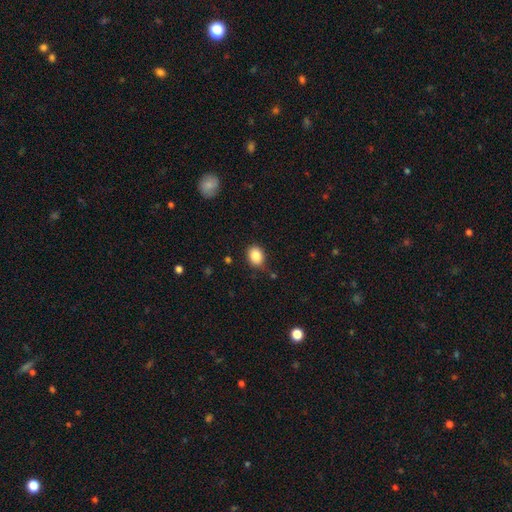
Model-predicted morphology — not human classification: Smooth or featured? Predicted: smooth (p=0.86). How rounded? Predicted: in between (p=0.57). Merging? Predicted: none (p=0.79).